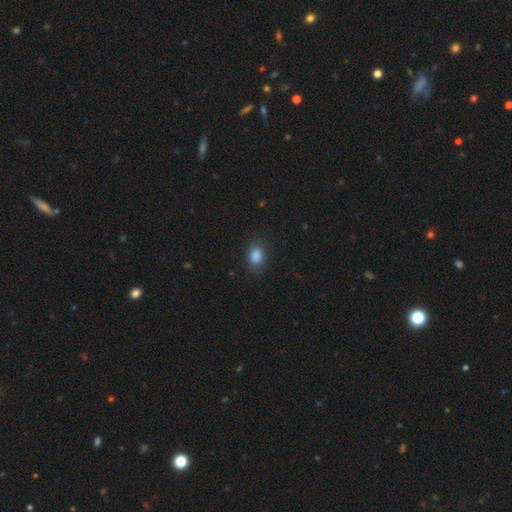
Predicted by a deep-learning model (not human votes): The model was most divided on "how rounded": in between: 72%, round: 27%, cigar-shaped: 1%. More confident: smooth or featured — smooth (86%); merging — none (81%).